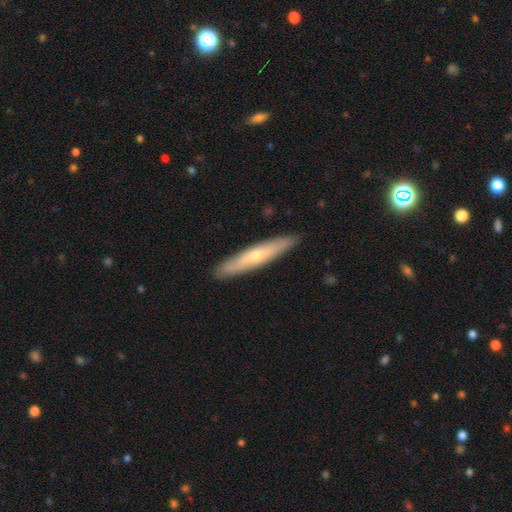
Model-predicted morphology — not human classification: The model was most divided on "smooth or featured": featured or disk: 49%, smooth: 45%, star or artifact: 6%. More confident: merging — none (90%).